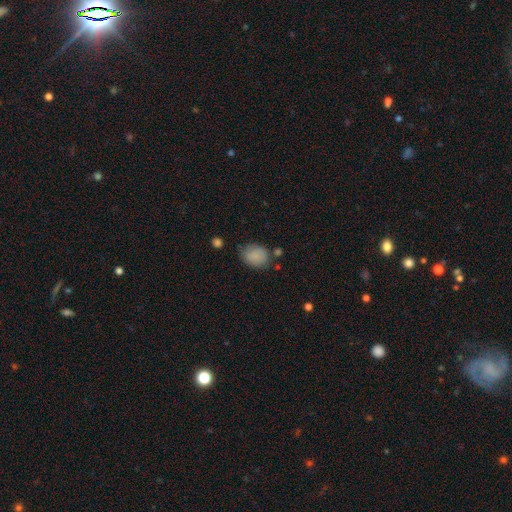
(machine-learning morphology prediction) smooth-or-featured: smooth: 84% | star or artifact: 9% | featured or disk: 8%
  how-rounded: in between: 57% | round: 42% | cigar-shaped: 1%
  merging: none: 65% | minor disturbance: 23% | major disturbance: 6% | merger: 5%